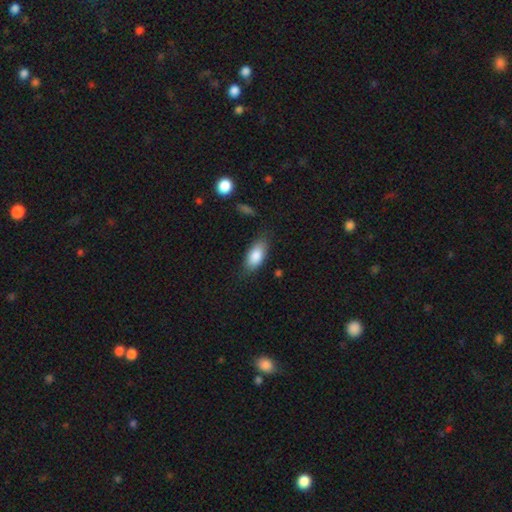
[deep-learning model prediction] A smooth galaxy with no disk features (85%) that is in between round and cigar-shaped (89%). Merging: none (76%).